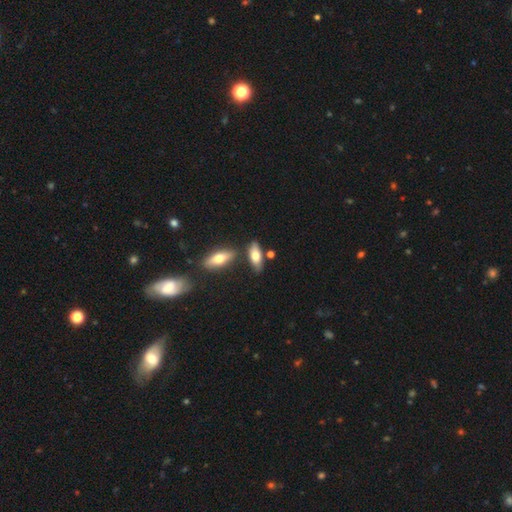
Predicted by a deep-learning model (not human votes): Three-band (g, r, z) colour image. It shows a smooth galaxy with no disk features (68%) that is in between round and cigar-shaped (77%). Merging: none (71%).